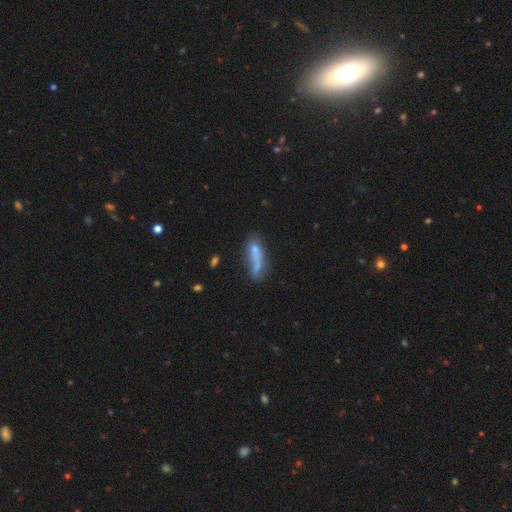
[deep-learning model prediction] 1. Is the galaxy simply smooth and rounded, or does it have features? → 61% smooth, 27% featured or disk, 11% star or artifact.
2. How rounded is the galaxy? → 55% cigar-shaped, 41% in between, 4% round.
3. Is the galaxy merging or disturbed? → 37% none, 23% merger, 21% minor disturbance, 19% major disturbance.